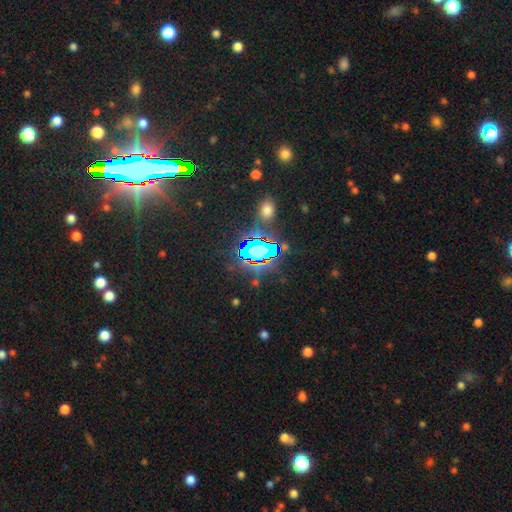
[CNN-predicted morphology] This is likely a star or artifact rather than a galaxy (72%).